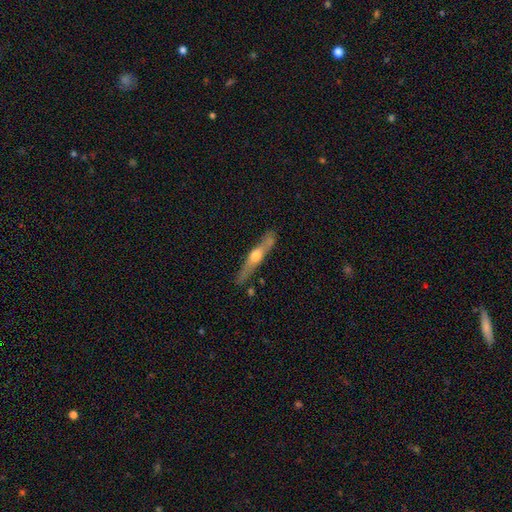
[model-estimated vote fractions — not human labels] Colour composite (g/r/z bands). It shows a featured or disk galaxy (66%) viewed edge-on (94%) with a rounded central bulge (92%). Merging: none (81%).